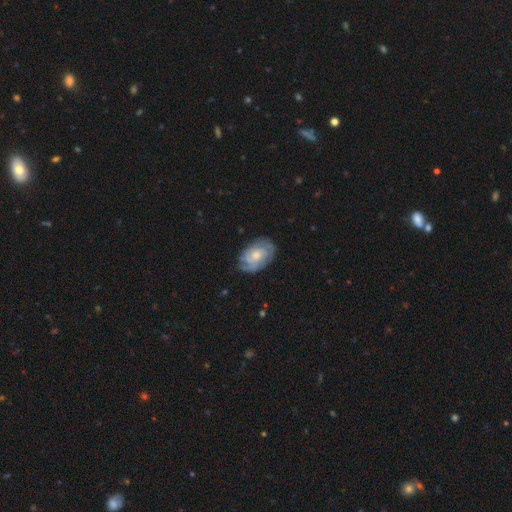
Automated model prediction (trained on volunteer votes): featured or disk 65%, smooth 28%, star or artifact 6%. Down the decision tree: edge-on disk — no (96%); bar — no (77%); spiral arms — yes (85%); spiral arm count — can't tell (52%); spiral winding — tight (59%); bulge size — moderate (53%); merging — none (73%).